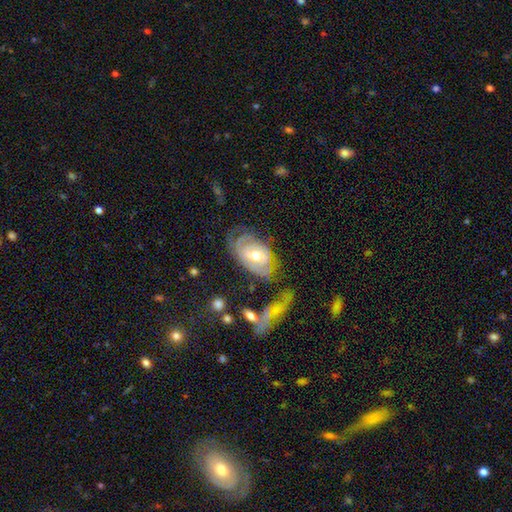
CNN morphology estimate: Overall: featured or disk (76%). Edge-on disk: no (93%). Bar: weak (48%; no 30%). Spiral arms: yes (82%). Spiral arm count: can't tell (48%; 2 29%). Spiral winding: tight (62%; medium 27%). Bulge size: moderate (71%). Merging: none (53%; minor disturbance 25%).